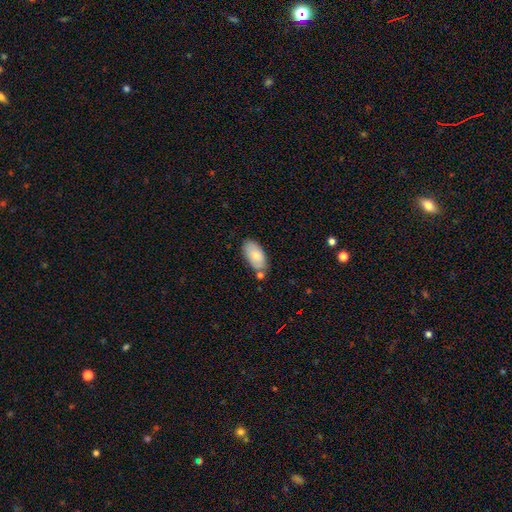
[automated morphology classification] A smooth galaxy with no disk features (77%) that is in between round and cigar-shaped (95%). Merging: none (67%).